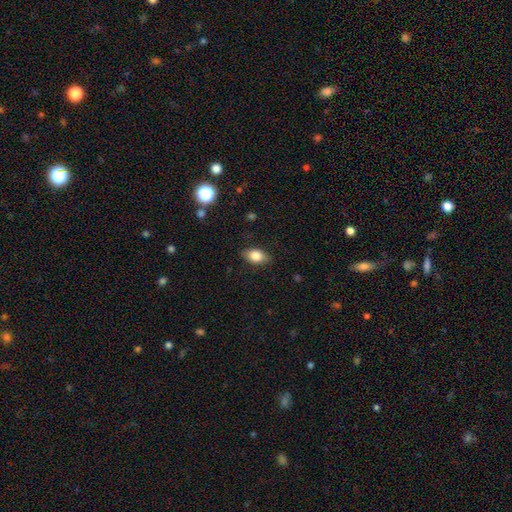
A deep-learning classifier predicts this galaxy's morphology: smooth 83%, featured or disk 10%, star or artifact 8%. Down the decision tree: how rounded — in between (88%); merging — none (84%).